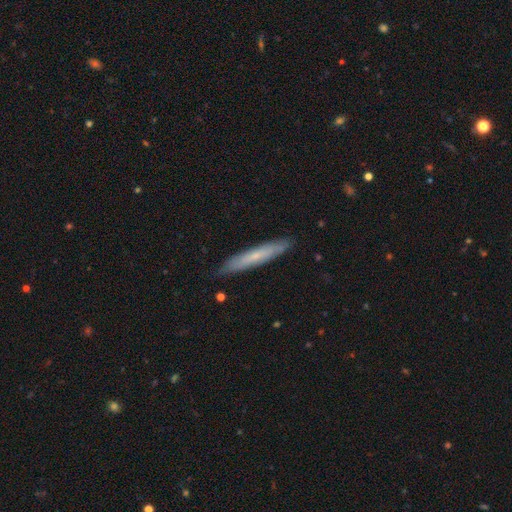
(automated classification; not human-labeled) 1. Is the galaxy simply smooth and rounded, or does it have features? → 53% smooth, 41% featured or disk, 6% star or artifact.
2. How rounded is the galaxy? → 93% cigar-shaped, 5% in between, 1% round.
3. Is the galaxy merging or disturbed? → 88% none, 9% minor disturbance, 2% major disturbance, 1% merger.